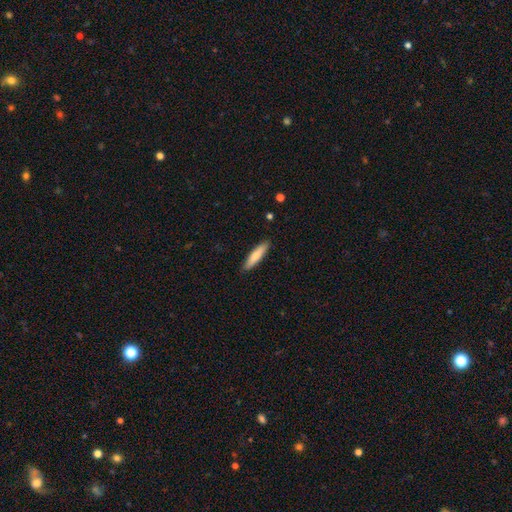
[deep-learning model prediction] Morphology: type=smooth (72%); roundness=cigar-shaped (78%); merging=none (89%).